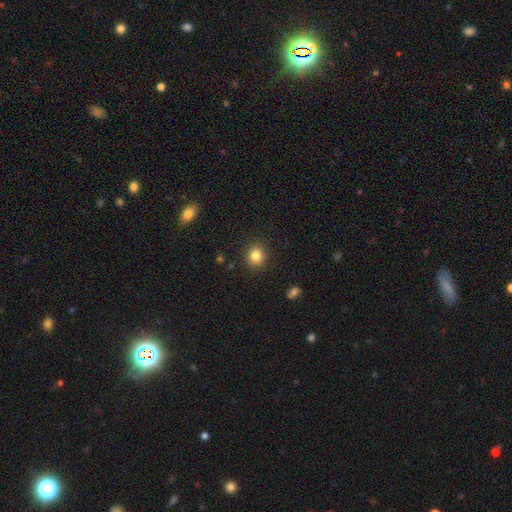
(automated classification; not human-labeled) Smooth or featured? smooth (84%)
How rounded? round (79%)
Merging? none (90%)